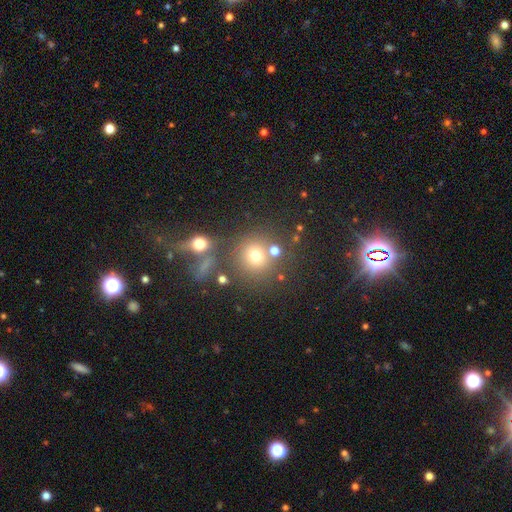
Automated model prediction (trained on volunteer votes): Smooth or featured: smooth — 70% (star or artifact — 18%)
How rounded: round — 88% (in between — 10%)
Merging: none — 63% (merger — 21%)